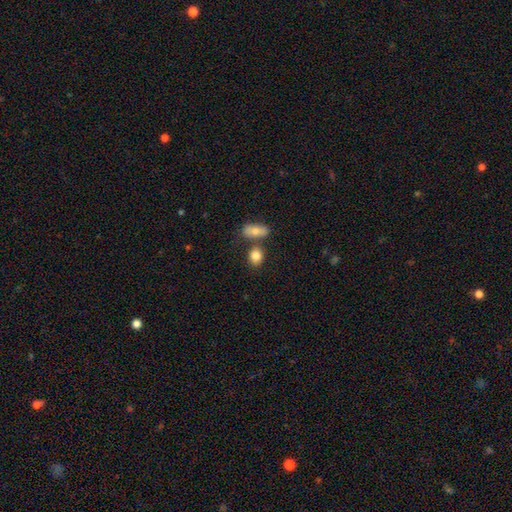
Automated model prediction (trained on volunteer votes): This is clearly a smooth galaxy (83%). How rounded: possibly in between (50%). Merging: likely none (64%).